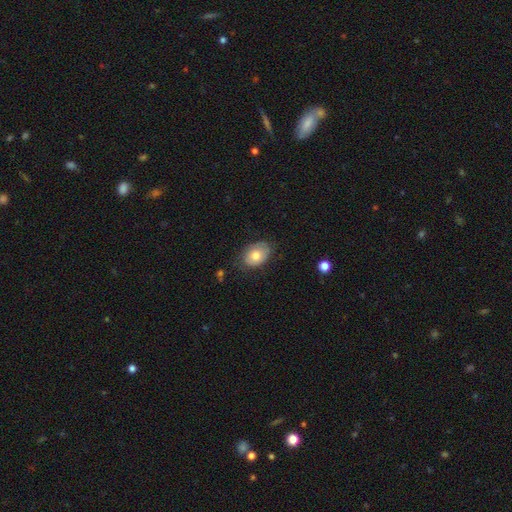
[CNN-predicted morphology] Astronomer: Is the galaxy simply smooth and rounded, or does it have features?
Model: smooth — 71%.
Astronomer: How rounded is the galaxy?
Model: in between — 79%.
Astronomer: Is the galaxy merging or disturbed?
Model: none — 70%.